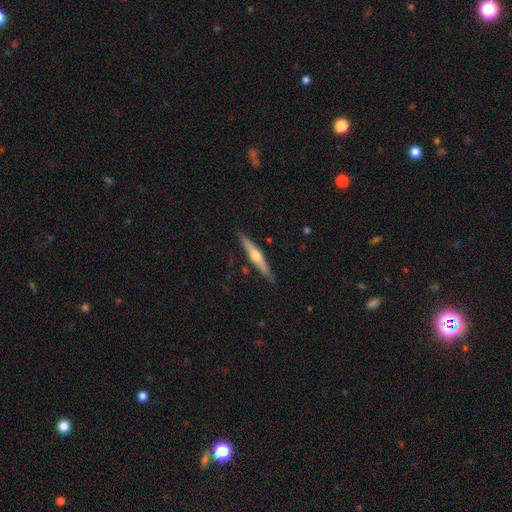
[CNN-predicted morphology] This appears to be a featured or disk galaxy (67%) viewed edge-on (97%) with a rounded central bulge (93%). Merging: none (86%).